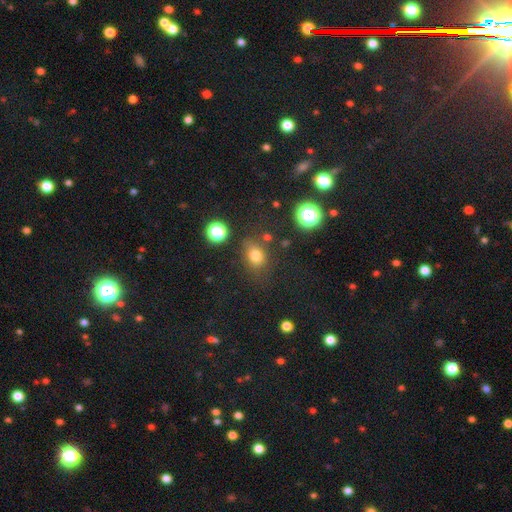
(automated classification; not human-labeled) This is likely a smooth galaxy (74%). How rounded: possibly in between (52%). Merging: likely none (72%).